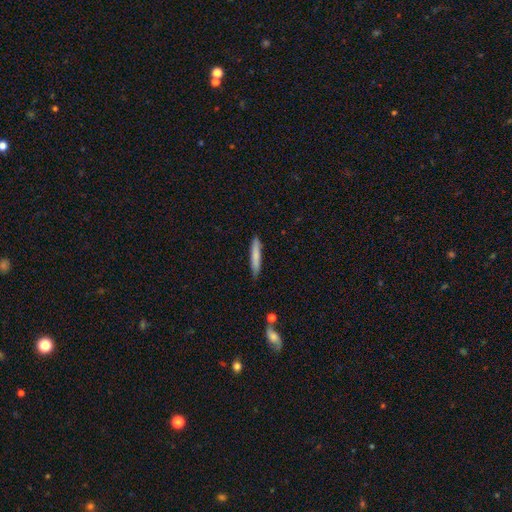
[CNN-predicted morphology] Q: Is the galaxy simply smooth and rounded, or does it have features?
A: smooth — 76%.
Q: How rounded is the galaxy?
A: cigar-shaped — 92%.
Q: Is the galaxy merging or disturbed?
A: none — 83%.